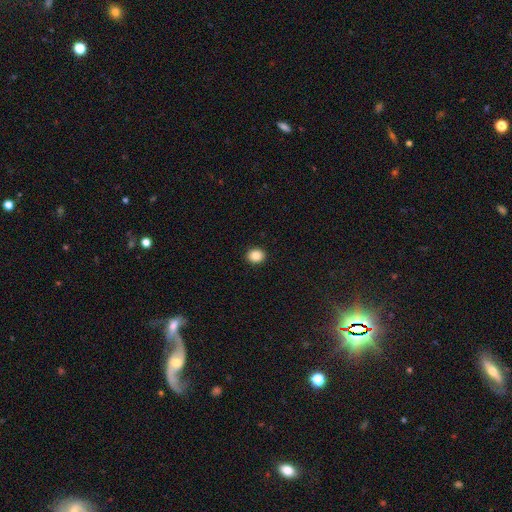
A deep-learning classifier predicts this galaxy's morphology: type=smooth (87%); roundness=round (70%); merging=none (92%).